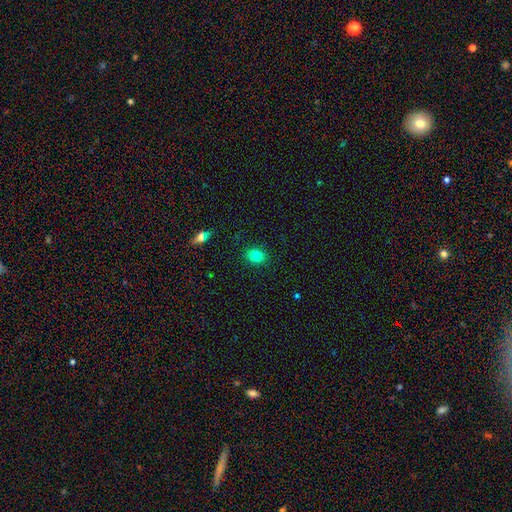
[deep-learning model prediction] smooth_or_featured: smooth (p=0.81) [alt: star or artifact p=0.12]
how_rounded: round (p=0.51) [alt: in between p=0.48]
merging: none (p=0.89) [alt: minor disturbance p=0.08]